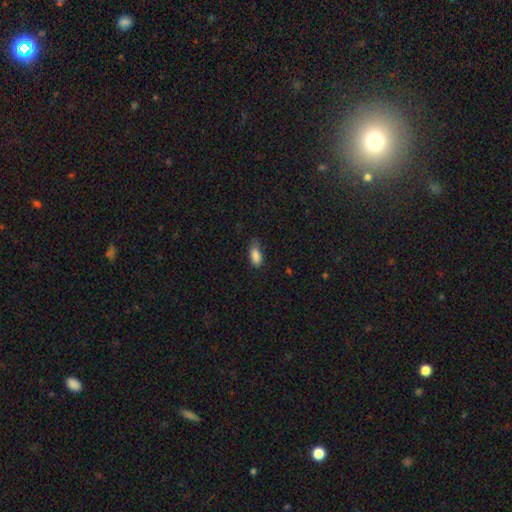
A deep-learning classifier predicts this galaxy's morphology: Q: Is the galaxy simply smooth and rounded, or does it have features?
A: smooth — 86%.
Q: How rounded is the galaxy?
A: in between — 86%.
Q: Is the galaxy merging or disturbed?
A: none — 58%.